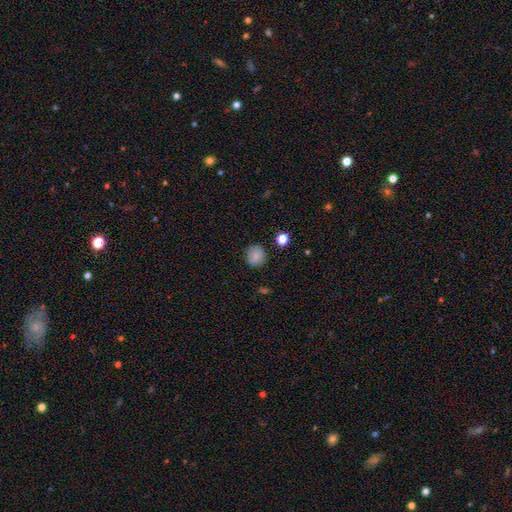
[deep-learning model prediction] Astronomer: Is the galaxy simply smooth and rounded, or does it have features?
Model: smooth — 82%.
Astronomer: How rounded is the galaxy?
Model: round — 87%.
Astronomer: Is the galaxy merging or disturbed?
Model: none — 86%.